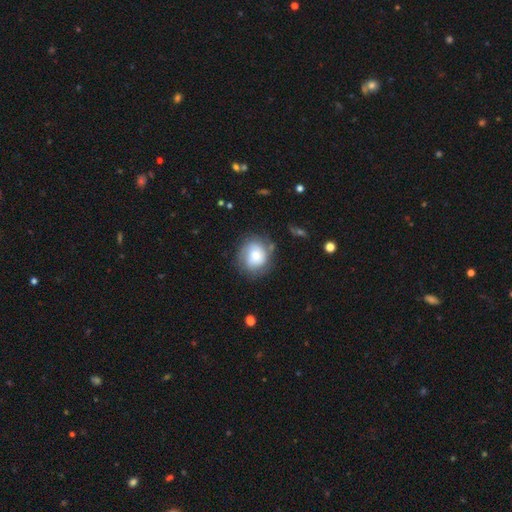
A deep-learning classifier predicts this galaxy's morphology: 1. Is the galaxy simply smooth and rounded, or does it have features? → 60% smooth, 31% featured or disk, 8% star or artifact.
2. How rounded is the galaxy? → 78% round, 22% in between, 1% cigar-shaped.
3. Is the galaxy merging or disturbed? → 68% none, 20% minor disturbance, 9% major disturbance, 3% merger.